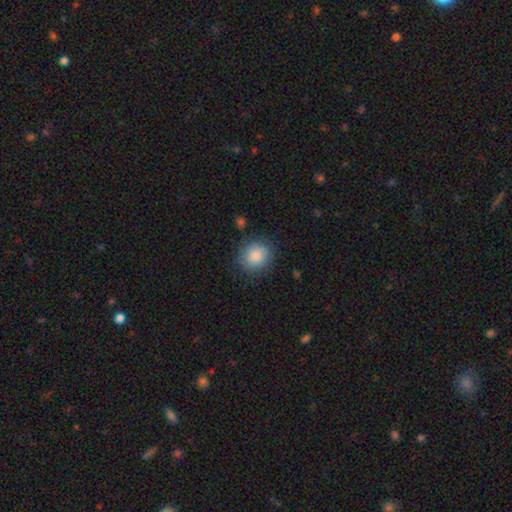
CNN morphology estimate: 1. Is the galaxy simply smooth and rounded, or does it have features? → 86% smooth, 8% star or artifact, 6% featured or disk.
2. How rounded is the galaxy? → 82% round, 17% in between, 1% cigar-shaped.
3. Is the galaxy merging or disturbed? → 82% none, 12% minor disturbance, 4% major disturbance, 2% merger.